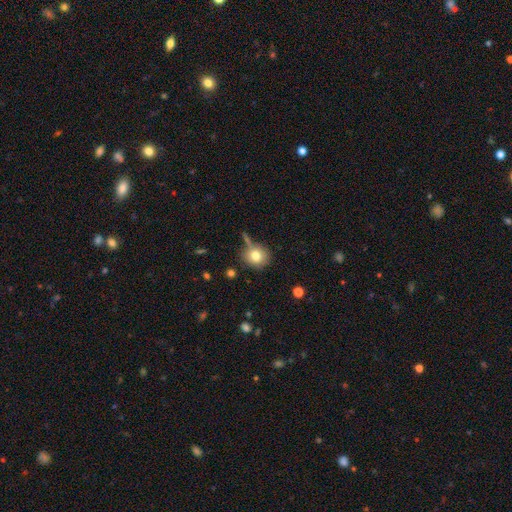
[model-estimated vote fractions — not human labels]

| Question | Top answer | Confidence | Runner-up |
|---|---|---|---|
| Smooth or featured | smooth | 77% | featured or disk (12%) |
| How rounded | round | 83% | in between (15%) |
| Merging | none | 68% | minor disturbance (16%) |